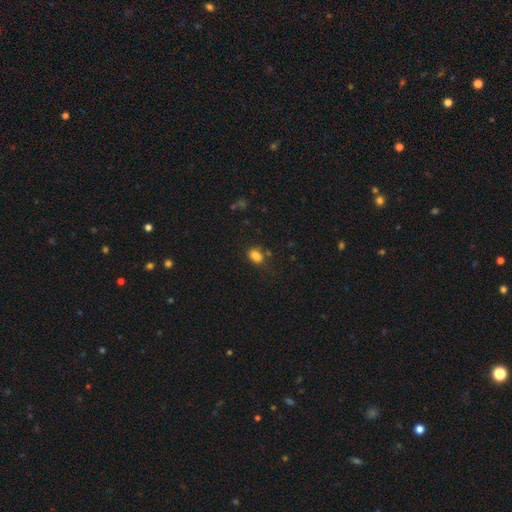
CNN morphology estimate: smooth-or-featured: smooth: 83% | star or artifact: 12% | featured or disk: 5%
  how-rounded: in between: 78% | round: 20% | cigar-shaped: 2%
  merging: none: 63% | minor disturbance: 20% | merger: 10% | major disturbance: 6%